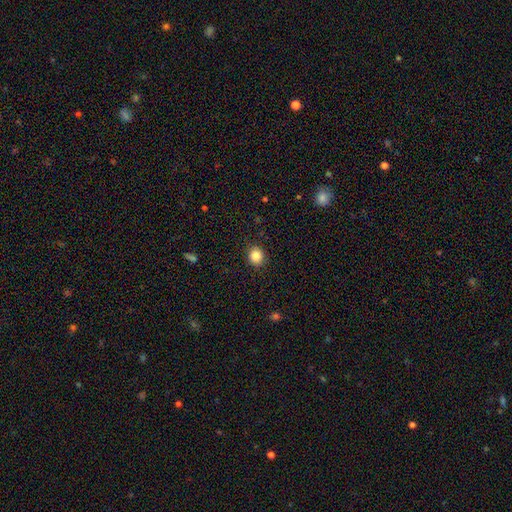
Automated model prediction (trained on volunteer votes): Smooth or featured?
  - smooth: 85% *
  - star or artifact: 10%
  - featured or disk: 4%
How rounded?
  - round: 81% *
  - in between: 18%
  - cigar-shaped: 1%
Merging?
  - none: 90% *
  - minor disturbance: 7%
  - major disturbance: 2%
  - merger: 1%